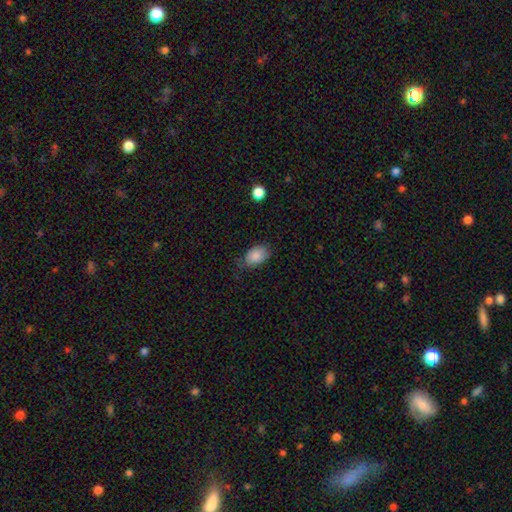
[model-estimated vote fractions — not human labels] Overall: smooth (86%). How rounded: in between (87%). Merging: none (64%; minor disturbance 28%).